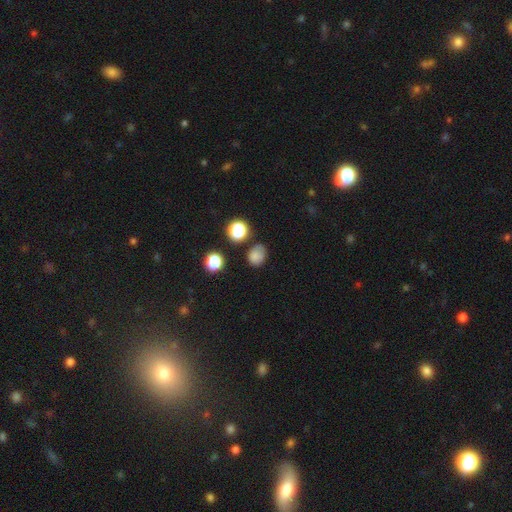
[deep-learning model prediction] Q: Smooth or featured?
A: smooth (76%); runner-up: star or artifact (17%)
Q: How rounded?
A: round (52%); runner-up: in between (47%)
Q: Merging?
A: none (67%); runner-up: minor disturbance (22%)